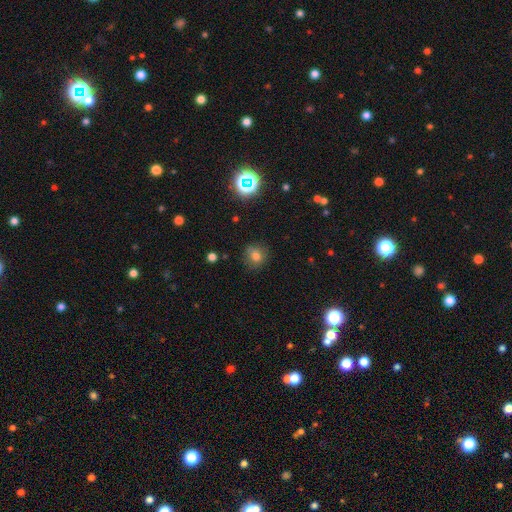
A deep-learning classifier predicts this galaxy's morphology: smooth 75%, star or artifact 17%, featured or disk 8%. Down the decision tree: how rounded — round (80%); merging — none (76%).